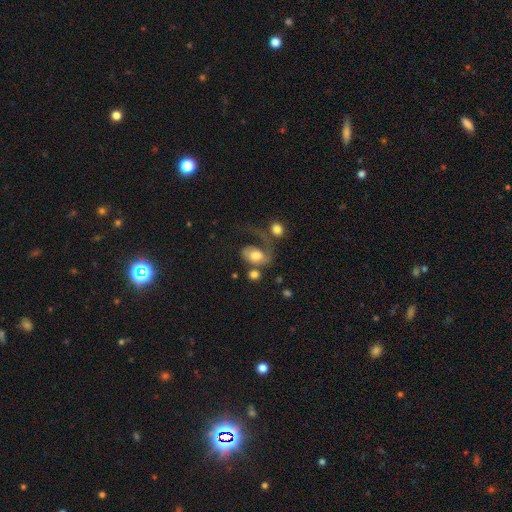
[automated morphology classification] The model was most divided on "smooth or featured": featured or disk: 47%, smooth: 46%, star or artifact: 8%. Remaining: merging — major disturbance (41%).